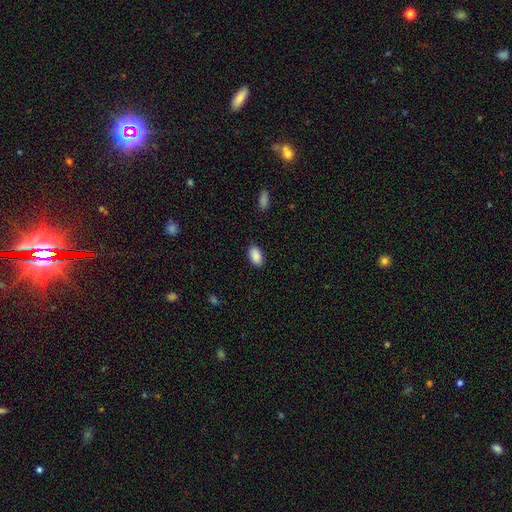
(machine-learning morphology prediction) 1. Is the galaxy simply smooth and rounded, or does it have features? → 90% smooth, 7% star or artifact, 3% featured or disk.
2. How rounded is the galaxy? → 94% in between, 5% round, 2% cigar-shaped.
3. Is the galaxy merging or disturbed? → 86% none, 10% minor disturbance, 2% major disturbance, 1% merger.